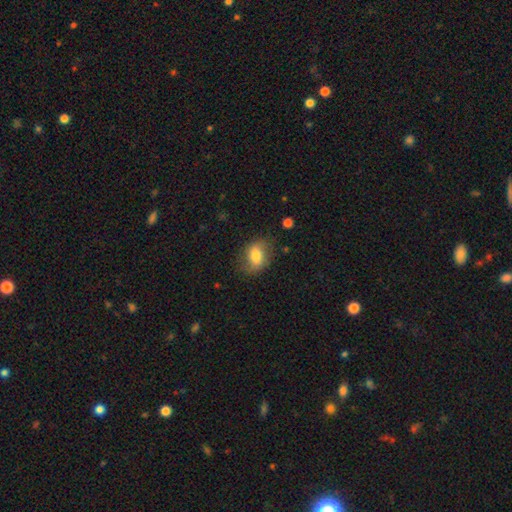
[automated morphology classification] Q: Smooth or featured?
A: smooth (68%); runner-up: featured or disk (24%)
Q: How rounded?
A: in between (72%); runner-up: round (26%)
Q: Merging?
A: none (71%); runner-up: minor disturbance (20%)